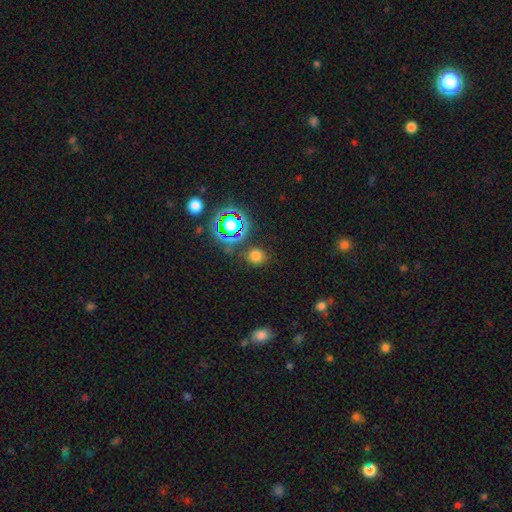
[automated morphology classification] Smooth or featured?
  - smooth: 68% *
  - star or artifact: 26%
  - featured or disk: 6%
How rounded?
  - round: 81% *
  - in between: 18%
  - cigar-shaped: 1%
Merging?
  - none: 82% *
  - minor disturbance: 10%
  - merger: 4%
  - major disturbance: 4%